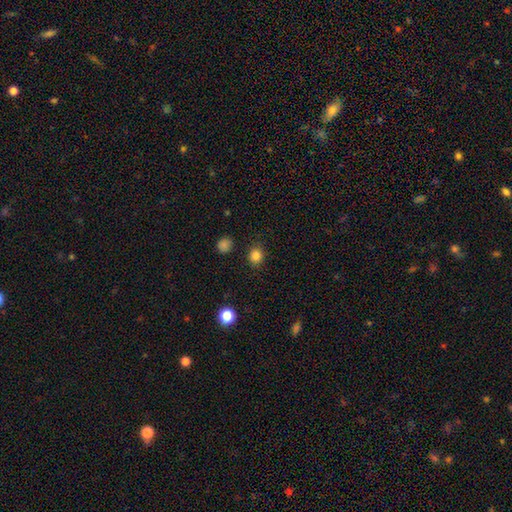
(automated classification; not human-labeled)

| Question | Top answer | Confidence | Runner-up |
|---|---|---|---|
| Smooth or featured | smooth | 83% | star or artifact (12%) |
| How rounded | round | 80% | in between (19%) |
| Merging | none | 87% | minor disturbance (8%) |